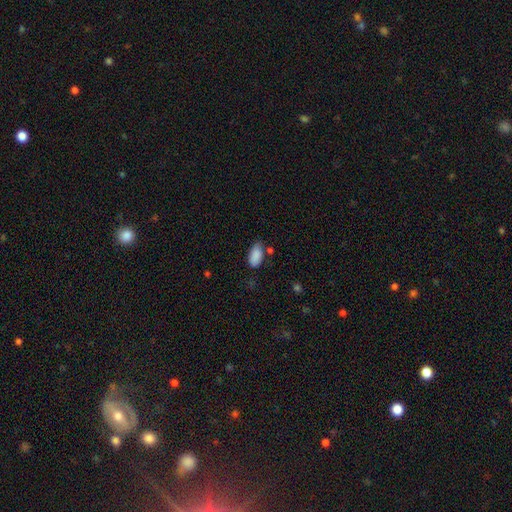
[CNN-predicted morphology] This is clearly a smooth galaxy (88%). How rounded: clearly in between (94%). Merging: likely none (63%).